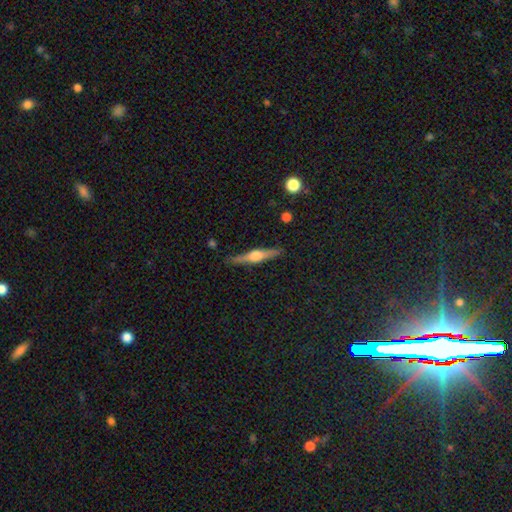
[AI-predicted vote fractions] Smooth or featured?
  - featured or disk: 70% *
  - smooth: 24%
  - star or artifact: 6%
Edge-on disk?
  - yes: 97% *
  - no: 3%
Edge-on bulge?
  - rounded: 91% *
  - boxy: 6%
  - none: 3%
Merging?
  - none: 88% *
  - minor disturbance: 9%
  - major disturbance: 2%
  - merger: 1%